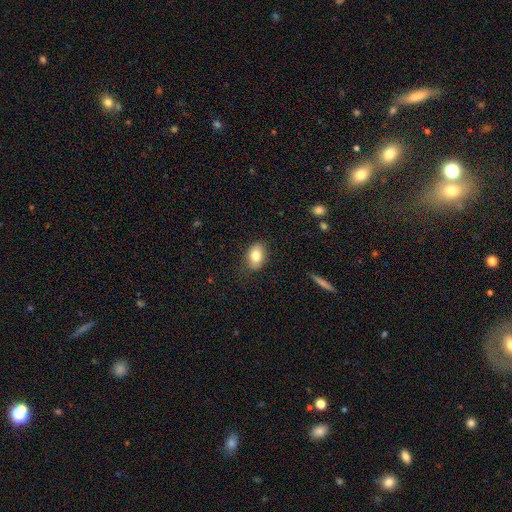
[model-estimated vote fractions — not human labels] Morphology: type=smooth (80%); roundness=in between (80%); merging=none (83%).